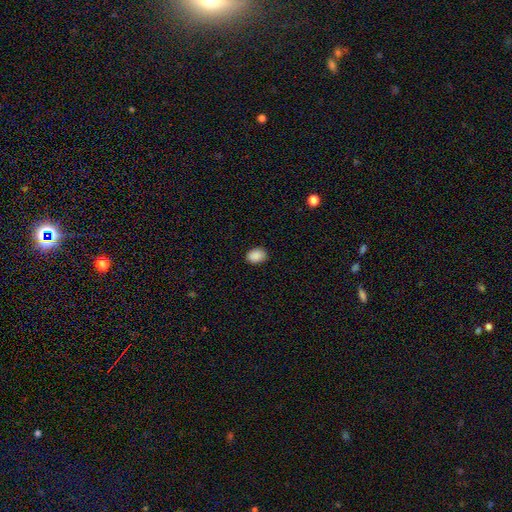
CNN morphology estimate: smooth_or_featured: smooth (p=0.89) [alt: star or artifact p=0.08]
how_rounded: in between (p=0.66) [alt: round p=0.33]
merging: none (p=0.86) [alt: minor disturbance p=0.10]